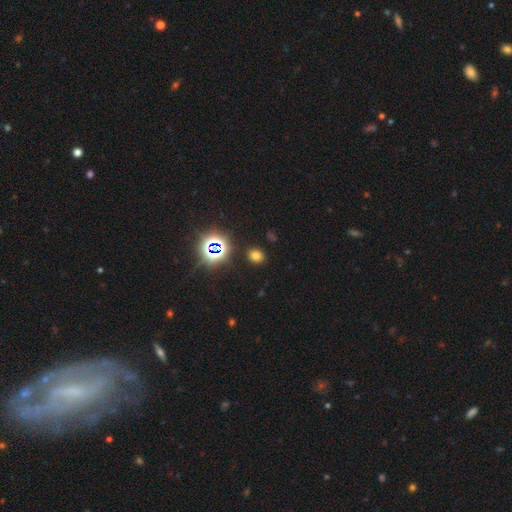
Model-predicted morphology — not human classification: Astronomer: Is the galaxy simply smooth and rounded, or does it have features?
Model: smooth — 67%.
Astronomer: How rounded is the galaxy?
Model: round — 61% (runner-up: in between, 38%).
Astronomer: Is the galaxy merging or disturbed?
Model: none — 87%.